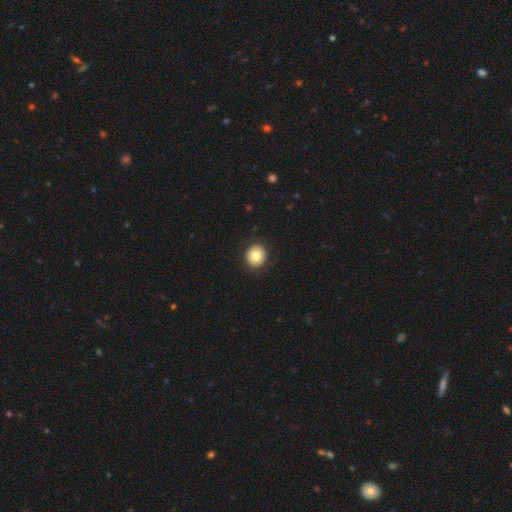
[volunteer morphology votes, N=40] type=smooth (92%); roundness=round (95%); merging=none (87%).